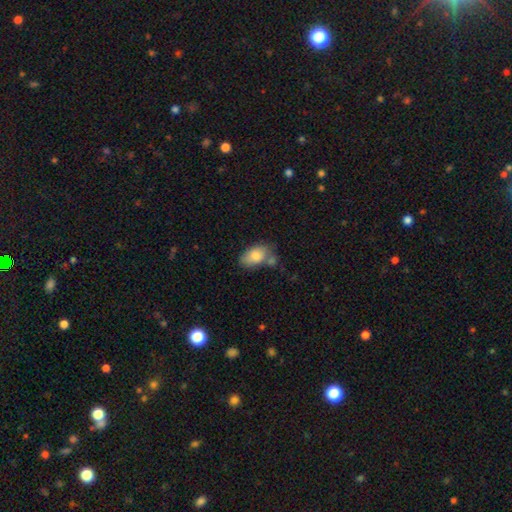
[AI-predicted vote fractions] Smooth or featured? Predicted: smooth (p=0.82). How rounded? Predicted: in between (p=0.90). Merging? Predicted: none (p=0.55).